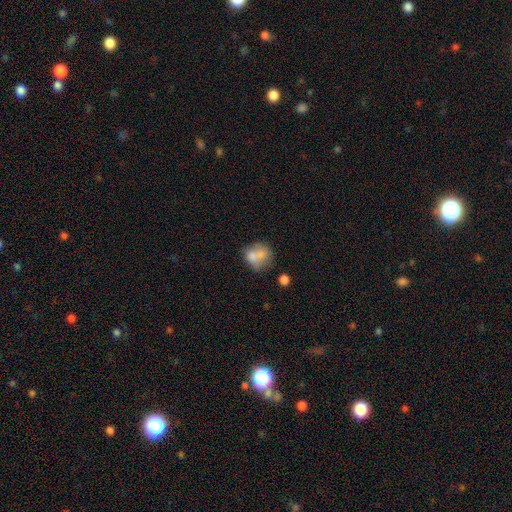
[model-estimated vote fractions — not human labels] Morphology: type=smooth (65%); roundness=round (63%); merging=merger (37%).